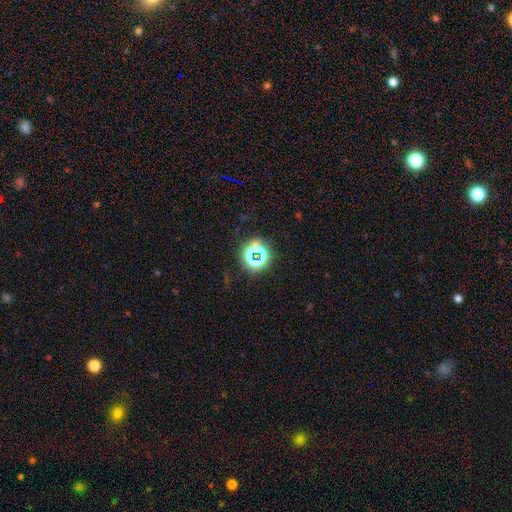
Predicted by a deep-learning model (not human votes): This appears to be a star or artifact, not a galaxy (65%).